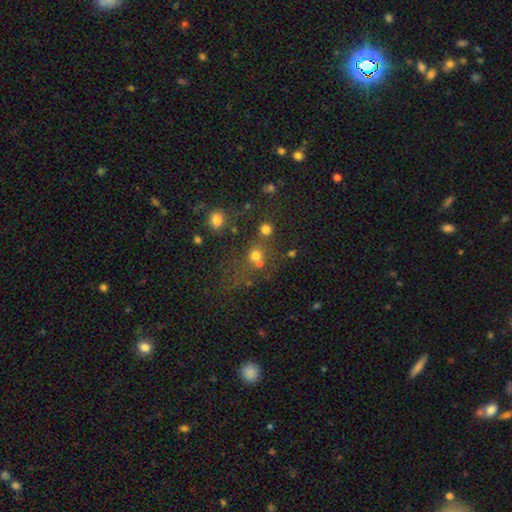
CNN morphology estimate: smooth-or-featured: smooth: 69% | star or artifact: 21% | featured or disk: 10%
  how-rounded: round: 88% | in between: 11% | cigar-shaped: 1%
  merging: none: 58% | merger: 26% | minor disturbance: 9% | major disturbance: 7%